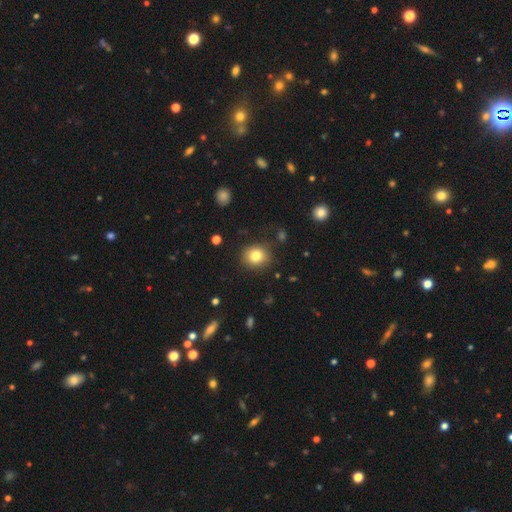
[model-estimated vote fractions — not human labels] A smooth galaxy with no disk features (81%) that is round (79%). Merging: none (86%).